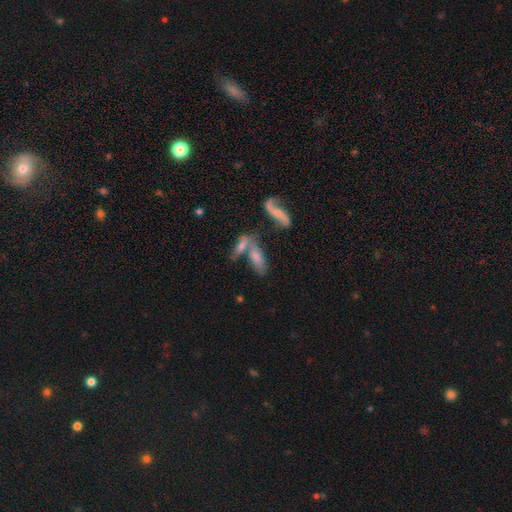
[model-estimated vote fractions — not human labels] Smooth or featured: smooth — 59% (featured or disk — 32%)
How rounded: in between — 67% (cigar-shaped — 30%)
Merging: merger — 46% (none — 33%)